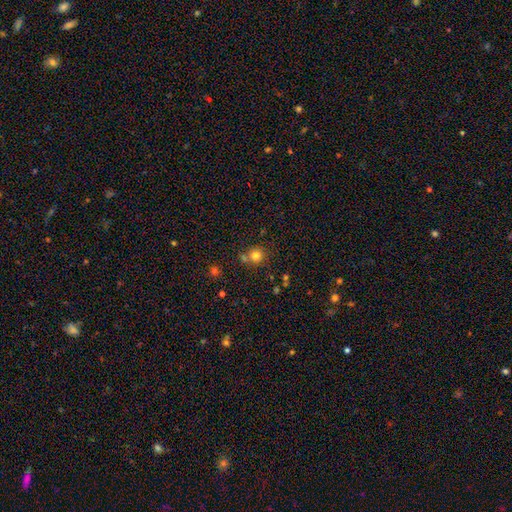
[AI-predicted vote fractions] Q: Smooth or featured?
A: smooth (78%); runner-up: star or artifact (15%)
Q: How rounded?
A: round (88%); runner-up: in between (11%)
Q: Merging?
A: none (68%); runner-up: merger (19%)